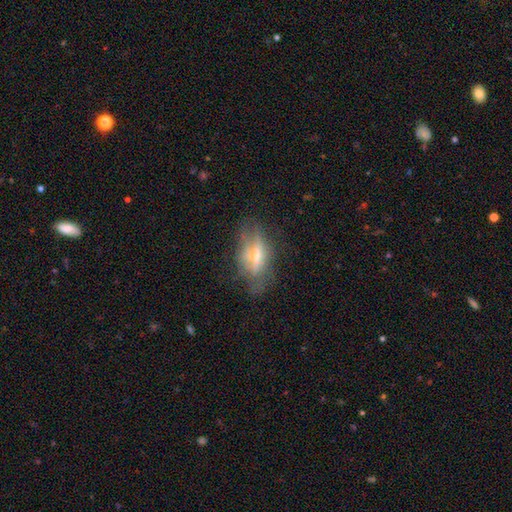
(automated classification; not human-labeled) Smooth or featured: featured or disk — 48% (smooth — 40%)
Merging: none — 56% (minor disturbance — 24%)